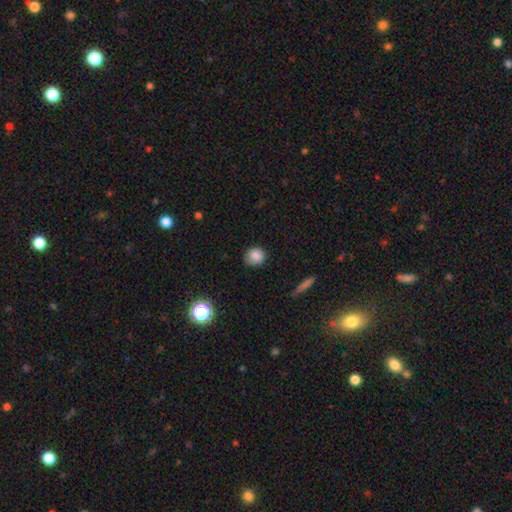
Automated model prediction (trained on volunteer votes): smooth 85%, star or artifact 10%, featured or disk 6%. Down the decision tree: how rounded — round (77%); merging — none (76%).